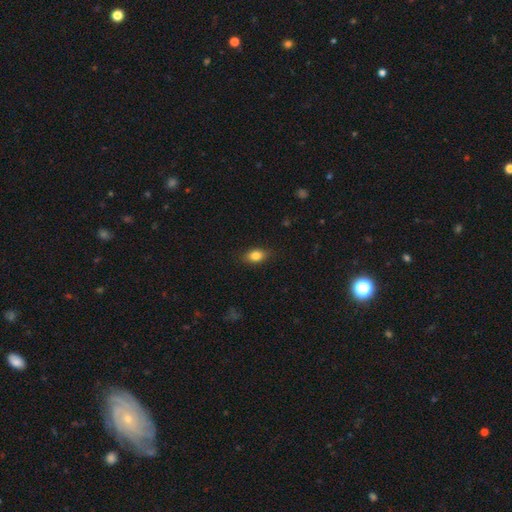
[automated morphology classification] Smooth or featured?
  - smooth: 83% *
  - star or artifact: 9%
  - featured or disk: 9%
How rounded?
  - in between: 79% *
  - round: 18%
  - cigar-shaped: 3%
Merging?
  - none: 85% *
  - minor disturbance: 12%
  - major disturbance: 3%
  - merger: 1%